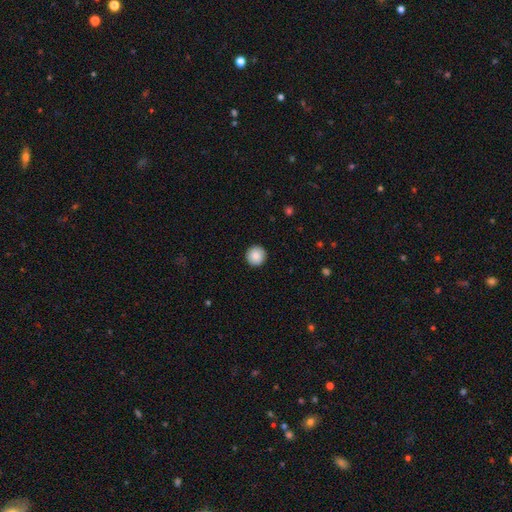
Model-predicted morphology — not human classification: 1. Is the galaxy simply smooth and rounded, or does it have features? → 87% smooth, 8% star or artifact, 5% featured or disk.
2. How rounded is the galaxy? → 96% round, 3% in between, 1% cigar-shaped.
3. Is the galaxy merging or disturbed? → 92% none, 5% minor disturbance, 2% major disturbance, 1% merger.